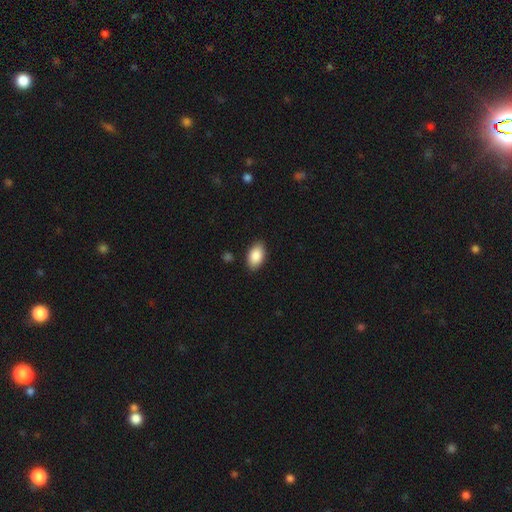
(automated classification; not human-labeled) Smooth or featured?
  - smooth: 88% *
  - star or artifact: 7%
  - featured or disk: 6%
How rounded?
  - in between: 93% *
  - round: 5%
  - cigar-shaped: 2%
Merging?
  - none: 87% *
  - minor disturbance: 9%
  - major disturbance: 2%
  - merger: 1%